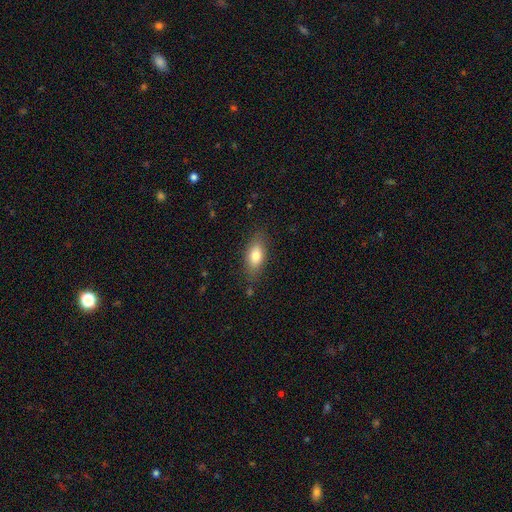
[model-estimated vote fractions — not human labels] Morphology: type=smooth (79%); roundness=in between (84%); merging=none (81%).